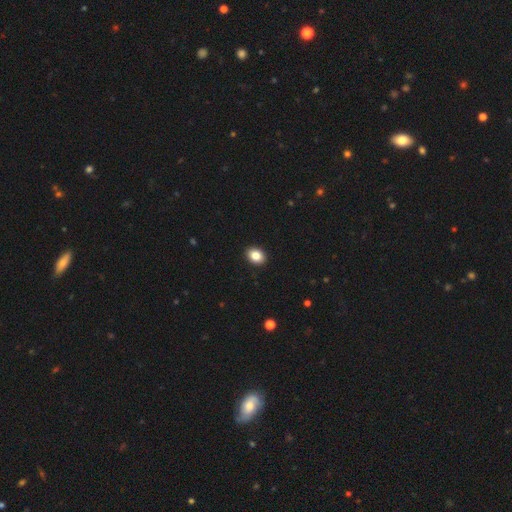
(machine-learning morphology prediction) type=smooth (85%); roundness=in between (61%); merging=none (92%).